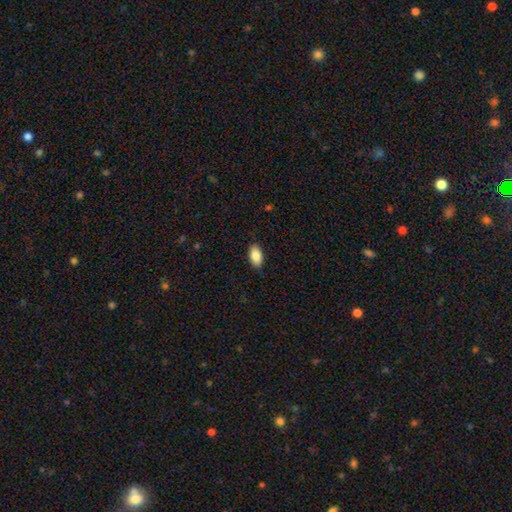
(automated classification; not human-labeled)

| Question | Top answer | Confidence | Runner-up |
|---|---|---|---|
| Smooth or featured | smooth | 87% | star or artifact (7%) |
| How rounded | in between | 93% | round (3%) |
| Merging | none | 86% | minor disturbance (11%) |